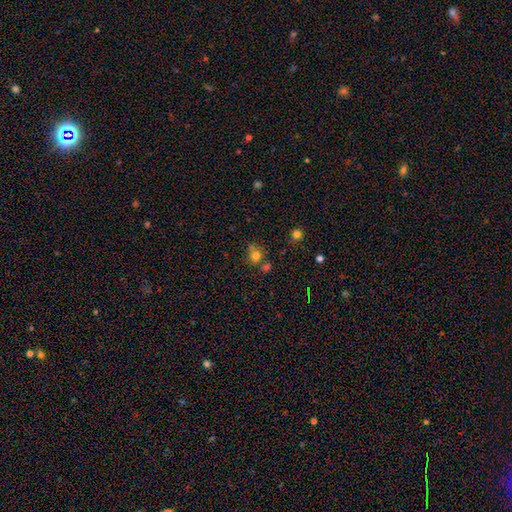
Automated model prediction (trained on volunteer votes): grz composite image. It shows a smooth galaxy with no disk features (74%) that is round (80%). Merging: none (58%).